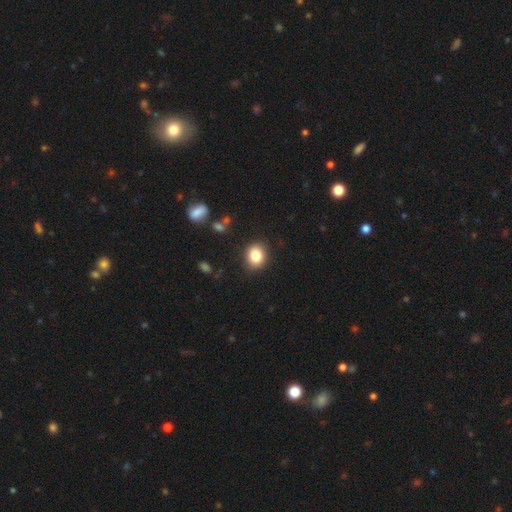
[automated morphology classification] Smooth or featured? Predicted: smooth (p=0.83). How rounded? Predicted: round (p=0.60). Merging? Predicted: none (p=0.87).